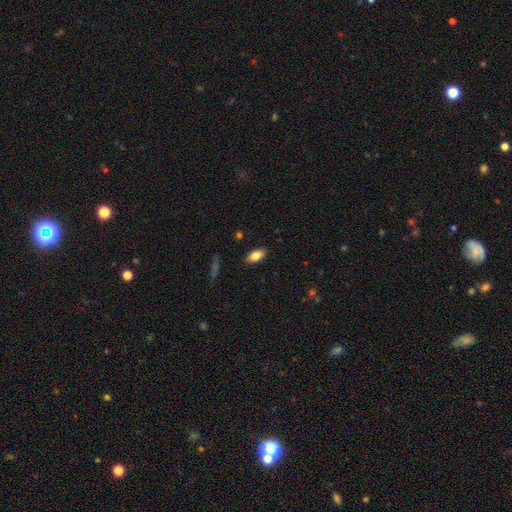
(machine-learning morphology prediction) Q: Smooth or featured?
A: smooth (82%); runner-up: featured or disk (11%)
Q: How rounded?
A: in between (90%); runner-up: cigar-shaped (7%)
Q: Merging?
A: none (88%); runner-up: minor disturbance (9%)